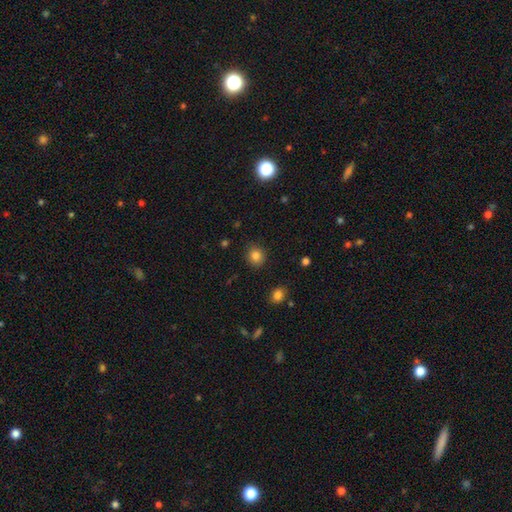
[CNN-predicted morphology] smooth 84%, star or artifact 11%, featured or disk 5%. Down the decision tree: how rounded — round (87%); merging — none (89%).